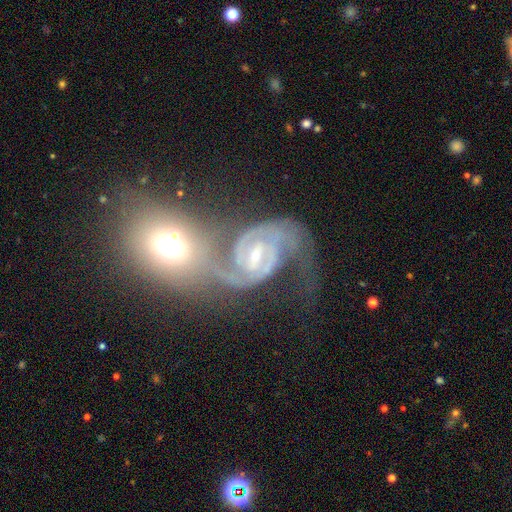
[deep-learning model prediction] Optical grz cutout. It shows a featured or disk galaxy (90%) with a weak bar (44%), 2 (85%) medium (51%) spiral arms (98%) and a small central bulge (66%). Merging: merger (40%).